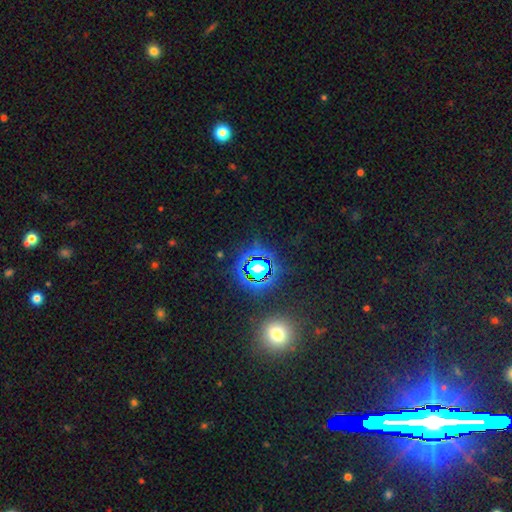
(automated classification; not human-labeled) star or artifact 74%, smooth 17%, featured or disk 9%.